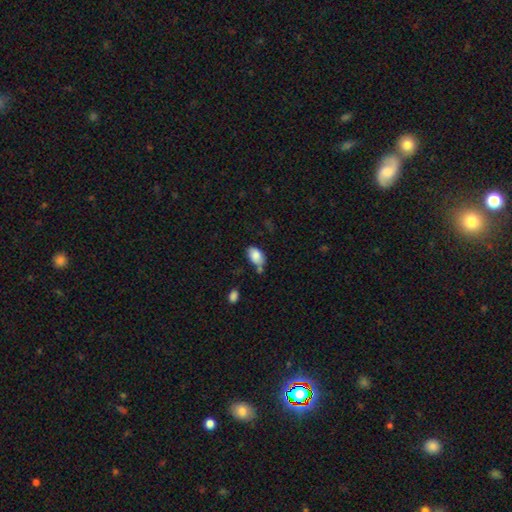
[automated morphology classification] The model was most divided on "merging": none: 53%, minor disturbance: 24%, merger: 16%, major disturbance: 6%. More confident: how rounded — in between (92%); smooth or featured — smooth (84%).